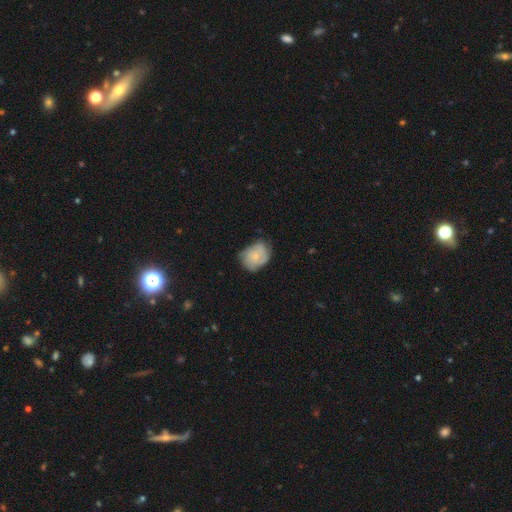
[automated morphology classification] This appears to be a smooth galaxy with no disk features (49%). Merging: none (58%).